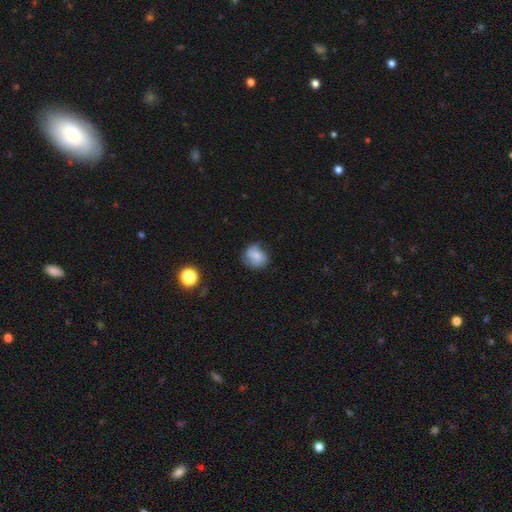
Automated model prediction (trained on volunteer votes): Smooth or featured? Predicted: smooth (p=0.56). How rounded? Predicted: round (p=0.69). Merging? Predicted: none (p=0.59).